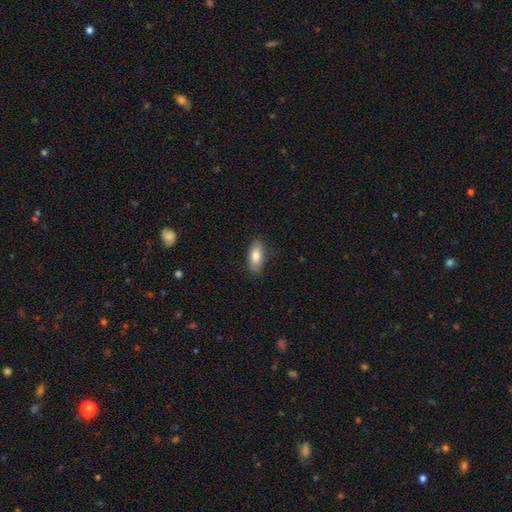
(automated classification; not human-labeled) Smooth or featured: smooth — 82% (featured or disk — 12%)
How rounded: in between — 83% (cigar-shaped — 14%)
Merging: none — 84% (minor disturbance — 13%)